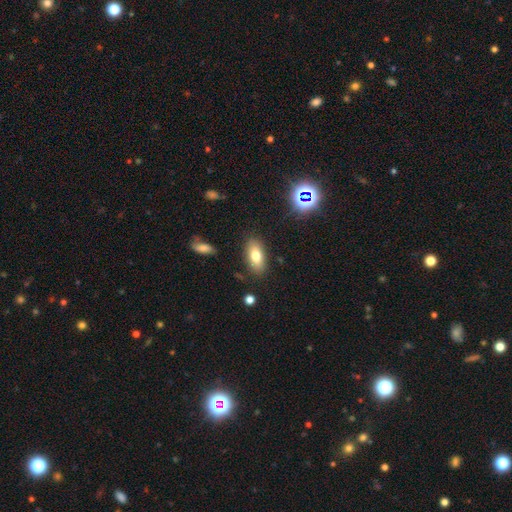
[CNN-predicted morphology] Smooth or featured?
  - smooth: 76% *
  - featured or disk: 15%
  - star or artifact: 9%
How rounded?
  - in between: 87% *
  - cigar-shaped: 9%
  - round: 4%
Merging?
  - none: 84% *
  - minor disturbance: 11%
  - major disturbance: 3%
  - merger: 2%